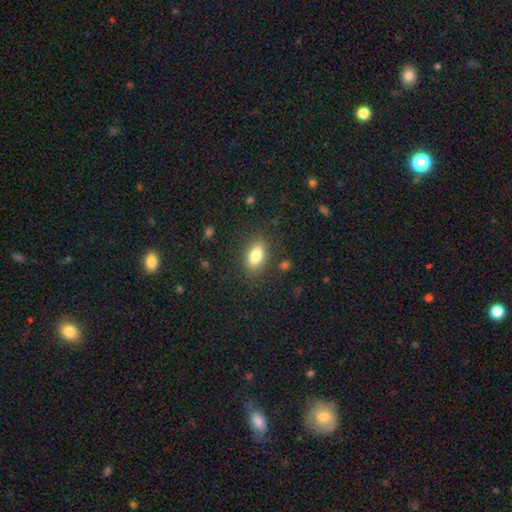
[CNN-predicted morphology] Overall: smooth (80%). How rounded: in between (85%). Merging: none (84%).